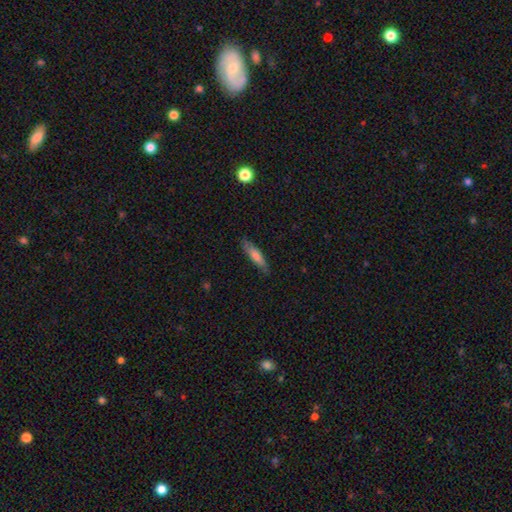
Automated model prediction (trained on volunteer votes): smooth 73%, featured or disk 21%, star or artifact 6%. Down the decision tree: how rounded — cigar-shaped (72%); merging — none (82%).